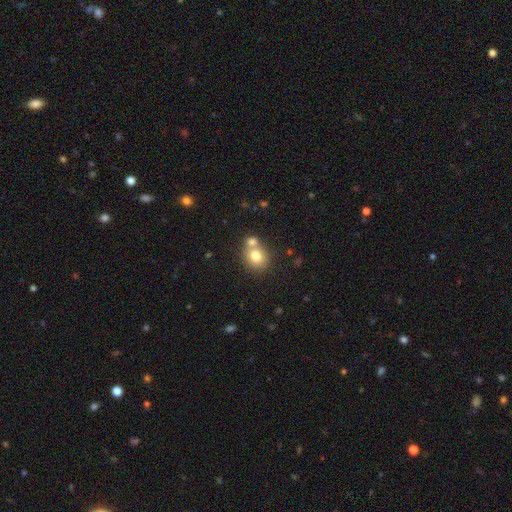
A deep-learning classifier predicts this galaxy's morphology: The model was most divided on "merging": none: 46%, merger: 43%, minor disturbance: 9%, major disturbance: 3%. More confident: smooth or featured — smooth (76%); how rounded — round (70%).